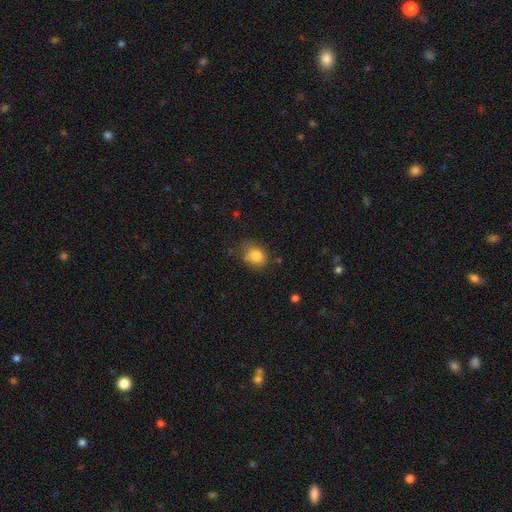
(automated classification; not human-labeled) This is clearly a smooth galaxy (83%). How rounded: possibly round (58%). Merging: likely none (68%).